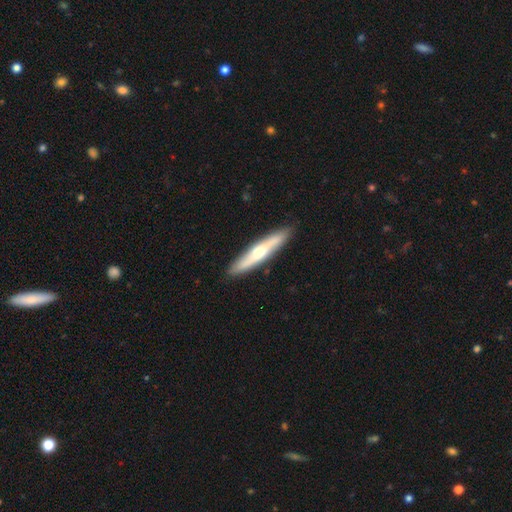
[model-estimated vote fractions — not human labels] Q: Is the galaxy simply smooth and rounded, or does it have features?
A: smooth — 50%.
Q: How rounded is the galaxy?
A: cigar-shaped — 90%.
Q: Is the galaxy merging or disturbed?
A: none — 88%.